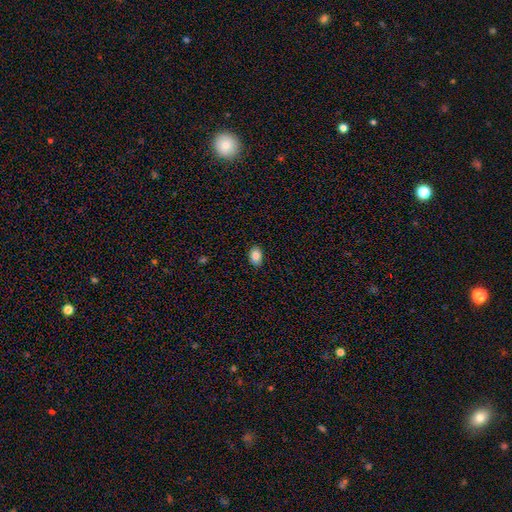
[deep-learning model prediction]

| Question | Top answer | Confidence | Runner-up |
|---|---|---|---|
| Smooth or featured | smooth | 86% | star or artifact (8%) |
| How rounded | in between | 81% | round (18%) |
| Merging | none | 89% | minor disturbance (8%) |